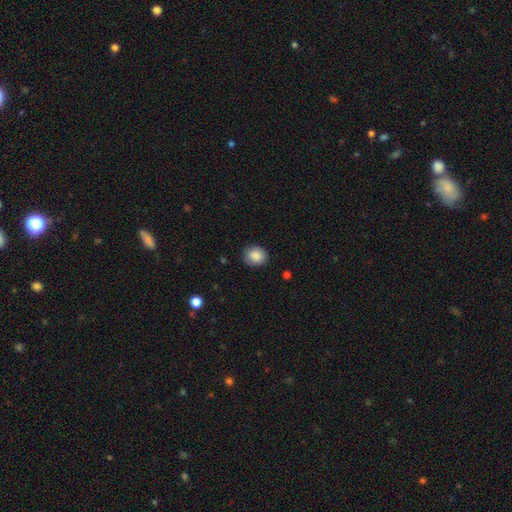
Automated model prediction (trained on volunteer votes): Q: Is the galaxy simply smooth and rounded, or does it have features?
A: smooth — 87%.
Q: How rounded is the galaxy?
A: round — 73%.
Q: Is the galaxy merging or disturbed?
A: none — 83%.